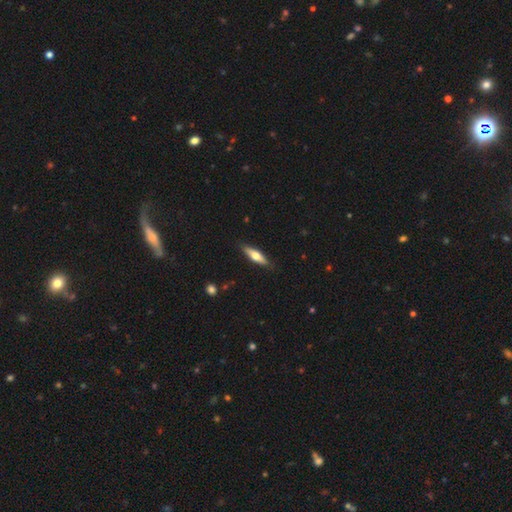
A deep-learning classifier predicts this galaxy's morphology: This is possibly a smooth galaxy (51%). How rounded: likely cigar-shaped (62%). Merging: clearly none (87%).